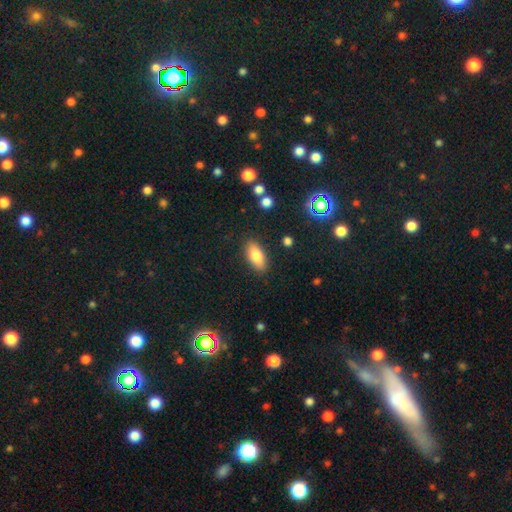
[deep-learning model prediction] Morphology: type=smooth (78%); roundness=in between (83%); merging=none (86%).